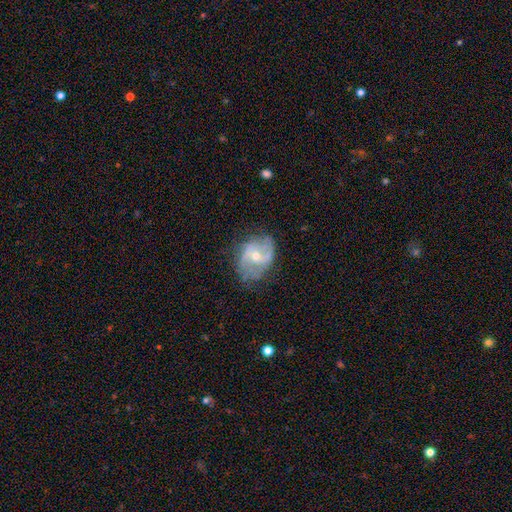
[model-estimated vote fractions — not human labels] Overall: featured or disk (77%). Edge-on disk: no (97%). Bar: no (48%; weak 39%). Spiral arms: yes (88%). Spiral arm count: 2 (75%). Spiral winding: medium (43%; loose 38%). Bulge size: small (51%; moderate 46%). Merging: none (64%; minor disturbance 24%).